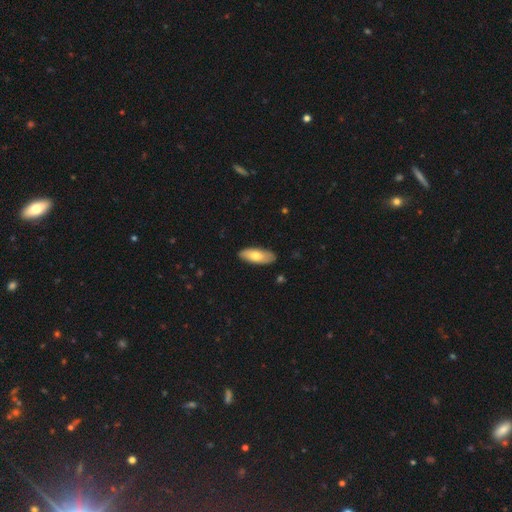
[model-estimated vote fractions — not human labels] This is likely a smooth galaxy (71%). How rounded: likely in between (78%). Merging: clearly none (88%).